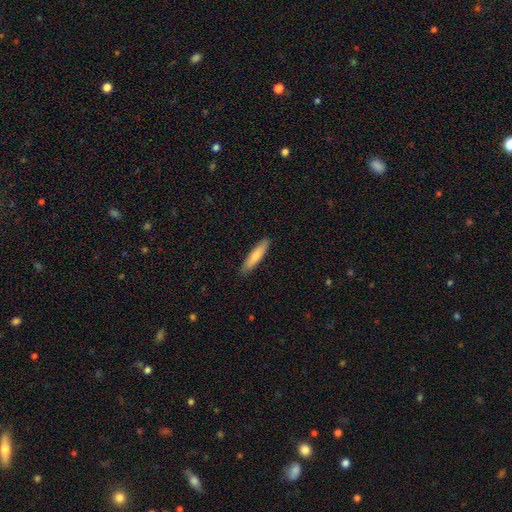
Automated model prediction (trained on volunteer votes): A smooth galaxy with no disk features (73%) that is cigar-shaped (83%).

Vote fractions:
- Smooth or featured? smooth: 73% / featured or disk: 22% / star or artifact: 5%
- How rounded? cigar-shaped: 83% / in between: 16% / round: 1%
- Merging? none: 89% / minor disturbance: 8% / major disturbance: 2% / merger: 1%